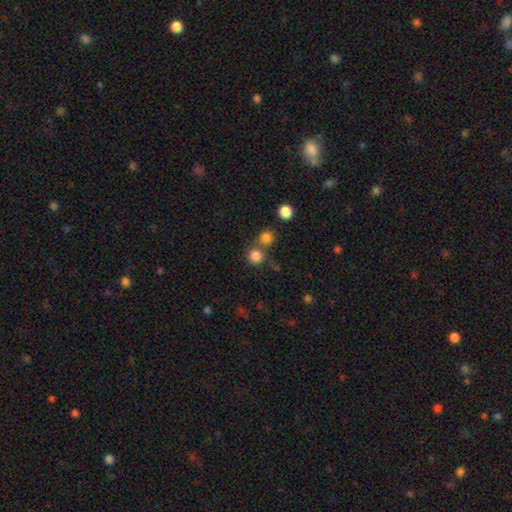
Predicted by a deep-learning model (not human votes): This is clearly a smooth galaxy (81%). How rounded: clearly round (92%). Merging: likely none (63%).